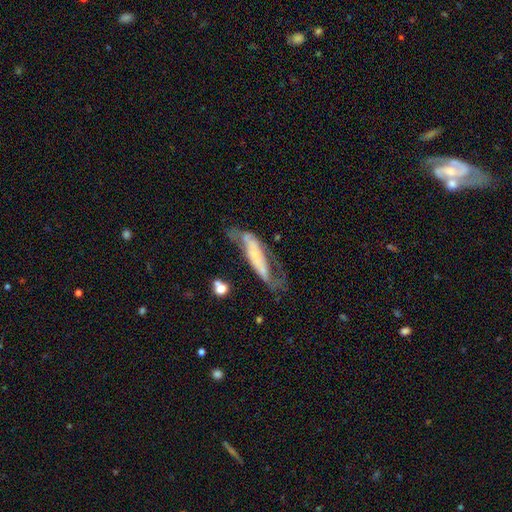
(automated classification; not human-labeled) This is possibly a featured or disk galaxy (59%). It is likely not viewed edge-on (69%). Merging: marginally major disturbance (40%).